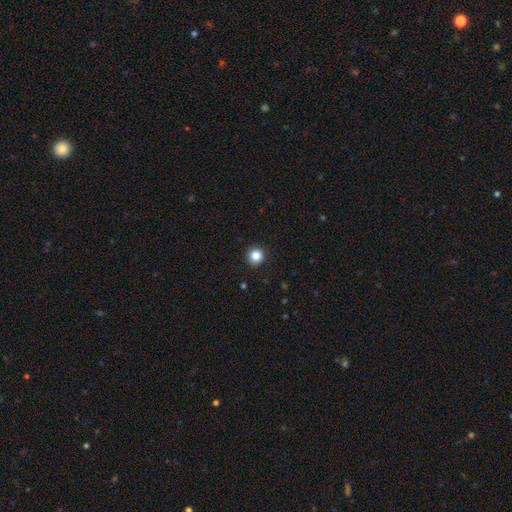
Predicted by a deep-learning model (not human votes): A smooth galaxy with no disk features (84%) that is round (94%).

Vote fractions:
- Smooth or featured? smooth: 84% / star or artifact: 11% / featured or disk: 5%
- How rounded? round: 94% / in between: 5% / cigar-shaped: 1%
- Merging? none: 93% / minor disturbance: 5% / major disturbance: 2% / merger: 1%